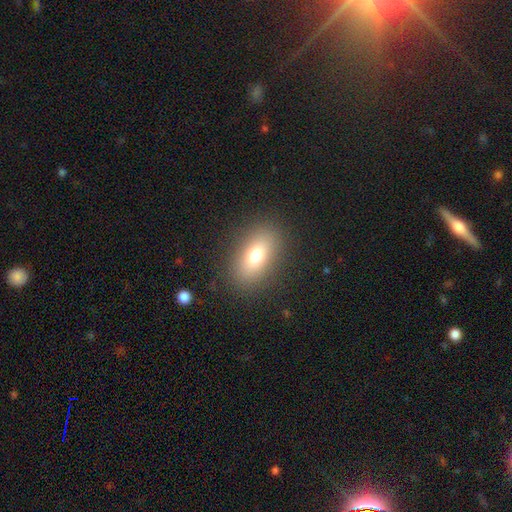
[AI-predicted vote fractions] A smooth galaxy with no disk features (74%) that is in between round and cigar-shaped (84%).

Vote fractions:
- Smooth or featured? smooth: 74% / featured or disk: 15% / star or artifact: 11%
- How rounded? in between: 84% / round: 12% / cigar-shaped: 4%
- Merging? none: 86% / minor disturbance: 9% / major disturbance: 4% / merger: 1%